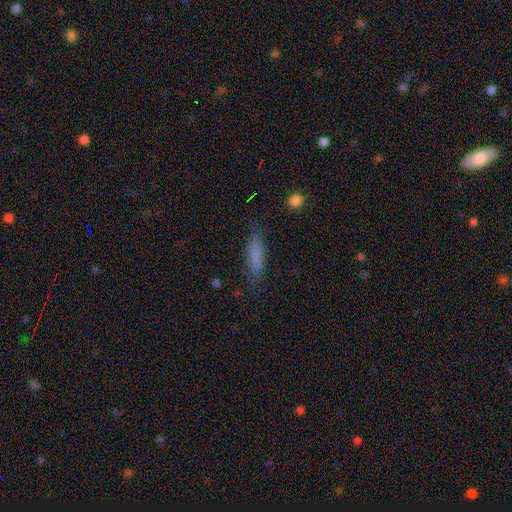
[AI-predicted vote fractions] Q: Smooth or featured?
A: smooth (76%); runner-up: featured or disk (15%)
Q: How rounded?
A: cigar-shaped (70%); runner-up: in between (28%)
Q: Merging?
A: none (78%); runner-up: minor disturbance (16%)